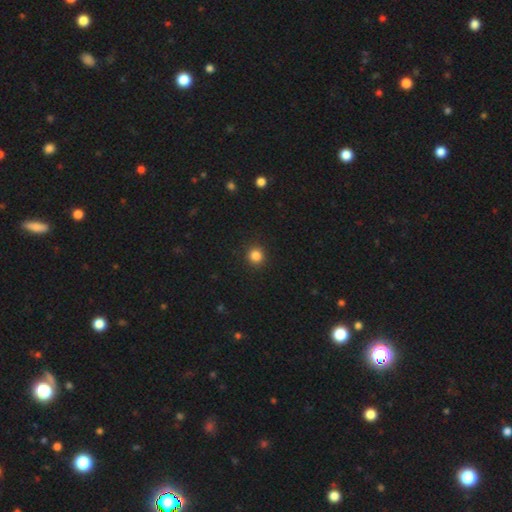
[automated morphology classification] Smooth or featured?
  - smooth: 85% *
  - star or artifact: 12%
  - featured or disk: 3%
How rounded?
  - round: 92% *
  - in between: 7%
  - cigar-shaped: 1%
Merging?
  - none: 92% *
  - minor disturbance: 5%
  - major disturbance: 2%
  - merger: 1%